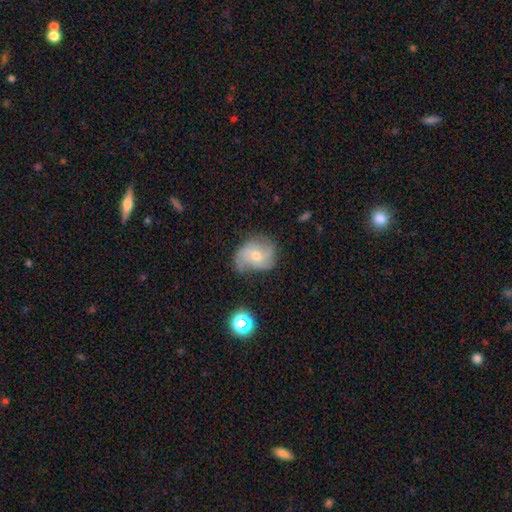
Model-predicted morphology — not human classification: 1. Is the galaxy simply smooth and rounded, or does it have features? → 72% featured or disk, 20% smooth, 8% star or artifact.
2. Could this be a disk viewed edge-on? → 97% no, 3% yes.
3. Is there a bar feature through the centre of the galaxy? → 65% no, 30% weak, 5% strong.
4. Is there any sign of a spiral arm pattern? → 92% yes, 8% no.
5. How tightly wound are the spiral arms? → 45% medium, 28% tight, 27% loose.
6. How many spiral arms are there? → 36% 3, 32% 2, 17% can't tell, 7% 4, 4% 1, 4% more than 4.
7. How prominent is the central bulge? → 59% moderate, 37% small, 2% large, 1% none, 1% dominant.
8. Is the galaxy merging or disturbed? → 59% none, 27% minor disturbance, 11% major disturbance, 2% merger.